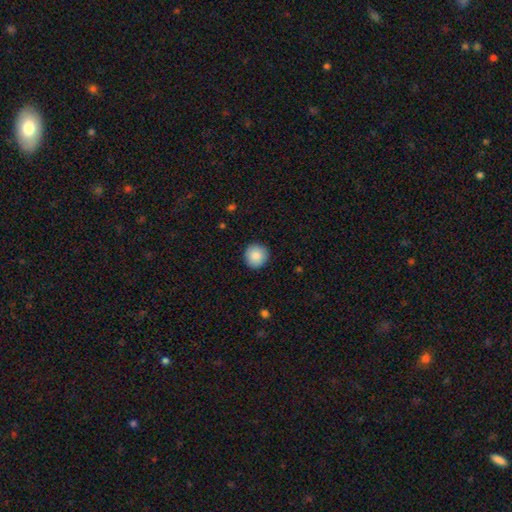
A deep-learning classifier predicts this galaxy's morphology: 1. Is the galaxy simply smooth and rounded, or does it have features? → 88% smooth, 7% star or artifact, 5% featured or disk.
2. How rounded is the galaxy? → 94% round, 5% in between, 1% cigar-shaped.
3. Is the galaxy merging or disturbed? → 91% none, 7% minor disturbance, 2% major disturbance, 1% merger.